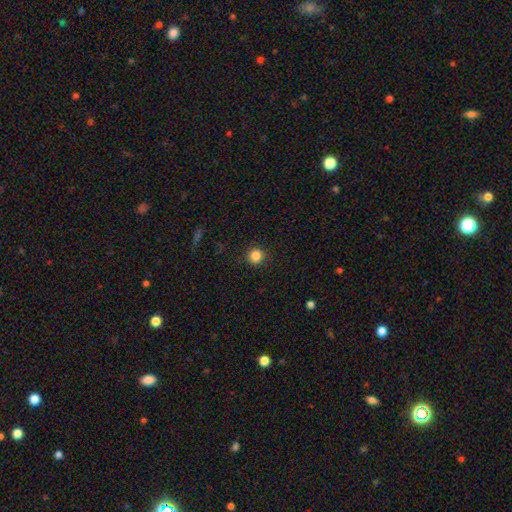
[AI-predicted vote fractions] A smooth galaxy with no disk features (85%) that is round (94%).

Vote fractions:
- Smooth or featured? smooth: 85% / star or artifact: 11% / featured or disk: 4%
- How rounded? round: 94% / in between: 5% / cigar-shaped: 1%
- Merging? none: 91% / minor disturbance: 5% / major disturbance: 2% / merger: 1%